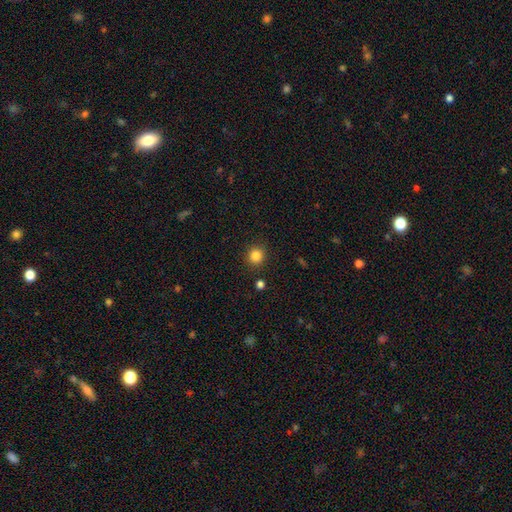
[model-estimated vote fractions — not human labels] A smooth galaxy with no disk features (84%) that is round (89%).

Vote fractions:
- Smooth or featured? smooth: 84% / star or artifact: 11% / featured or disk: 4%
- How rounded? round: 89% / in between: 10% / cigar-shaped: 1%
- Merging? none: 88% / minor disturbance: 7% / major disturbance: 2% / merger: 2%